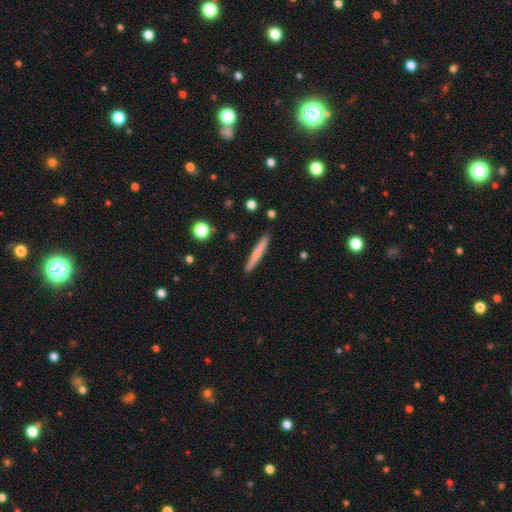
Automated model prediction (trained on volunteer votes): Morphology: type=smooth (65%); roundness=cigar-shaped (96%); merging=none (90%).